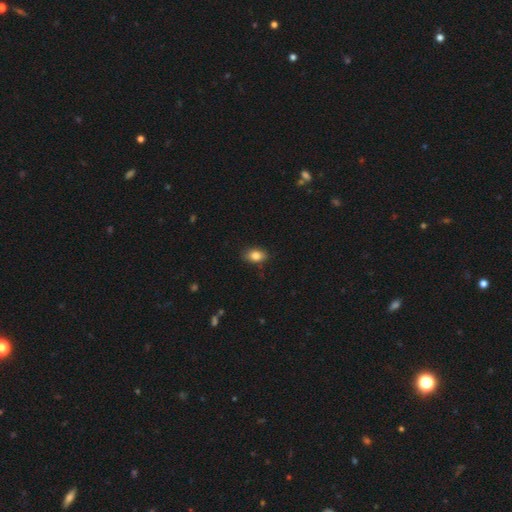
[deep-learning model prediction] A smooth galaxy with no disk features (84%) that is in between round and cigar-shaped (82%). Merging: none (83%).